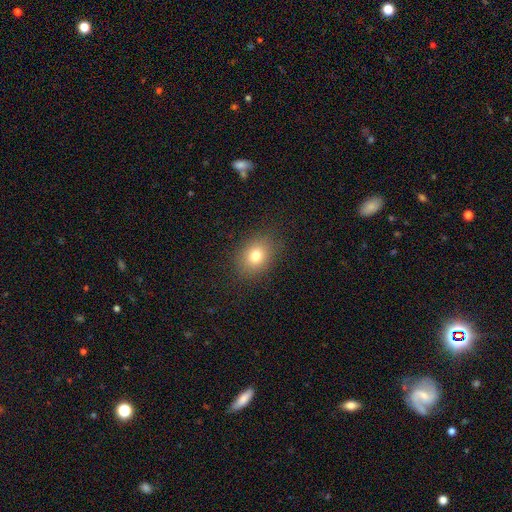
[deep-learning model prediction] The model was most divided on "how rounded": in between: 54%, round: 45%, cigar-shaped: 1%. More confident: merging — none (87%); smooth or featured — smooth (78%).